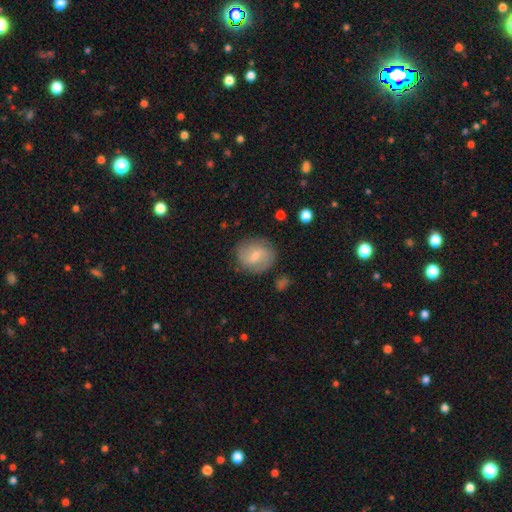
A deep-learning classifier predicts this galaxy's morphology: A smooth galaxy with no disk features (52%) that is round (80%).

Vote fractions:
- Smooth or featured? smooth: 52% / featured or disk: 41% / star or artifact: 7%
- How rounded? round: 80% / in between: 19% / cigar-shaped: 1%
- Merging? none: 81% / minor disturbance: 13% / major disturbance: 4% / merger: 2%